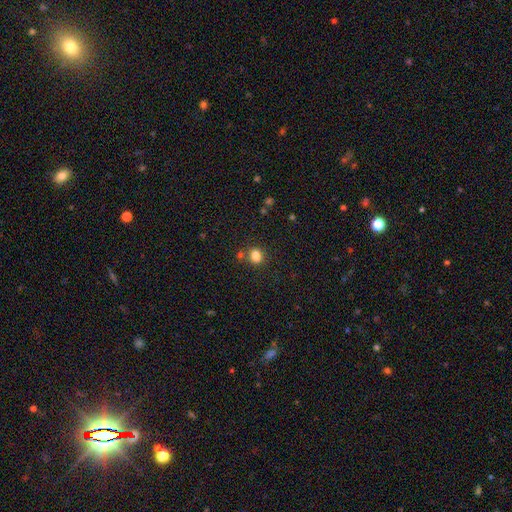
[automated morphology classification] This appears to be a smooth galaxy with no disk features (82%) that is round (56%). Merging: none (72%).